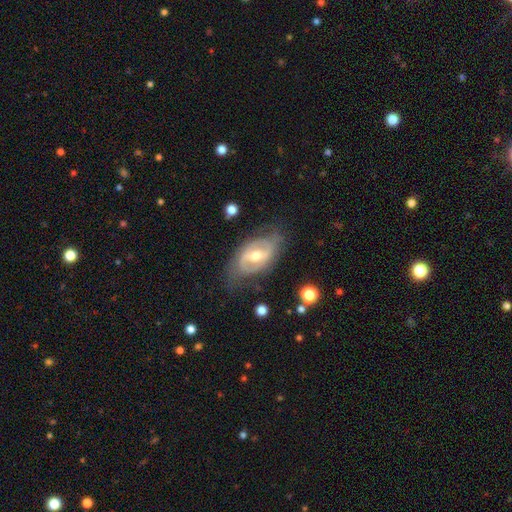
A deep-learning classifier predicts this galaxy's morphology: smooth-or-featured: featured or disk: 77% | smooth: 18% | star or artifact: 6%
  disk-edge-on: no: 93% | yes: 7%
    bar: weak: 44% | strong: 34% | no: 22%
    has-spiral-arms: yes: 72% | no: 28%
      spiral-winding: medium: 41% | tight: 40% | loose: 20%
      spiral-arm-count: 2: 72% | can't tell: 19% | 1: 4% | 3: 3% | 4: 1% | more than 4: 1%
    bulge-size: moderate: 69% | small: 23% | large: 5% | none: 1% | dominant: 1%
  merging: none: 67% | minor disturbance: 22% | major disturbance: 9% | merger: 2%